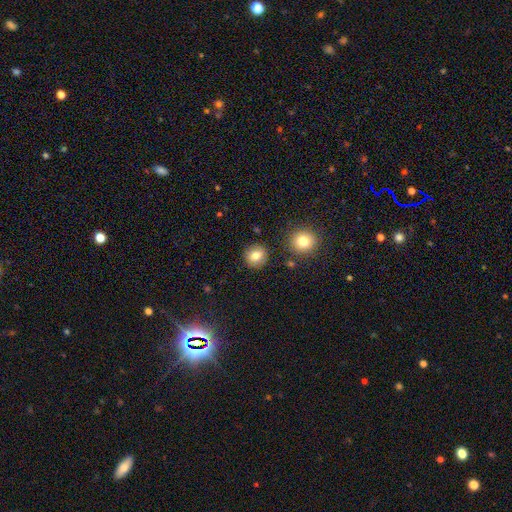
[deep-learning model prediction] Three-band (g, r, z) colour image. It shows a smooth galaxy with no disk features (80%) that is round (89%). Merging: none (87%).